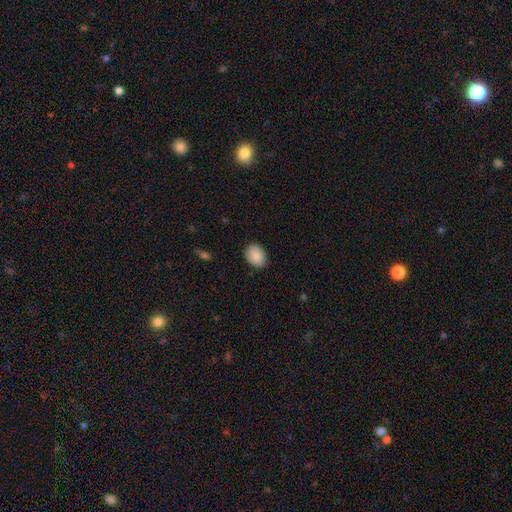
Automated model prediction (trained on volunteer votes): A smooth galaxy with no disk features (88%) that is in between round and cigar-shaped (68%).

Vote fractions:
- Smooth or featured? smooth: 88% / star or artifact: 7% / featured or disk: 5%
- How rounded? in between: 68% / round: 31% / cigar-shaped: 1%
- Merging? none: 85% / minor disturbance: 12% / major disturbance: 2% / merger: 1%